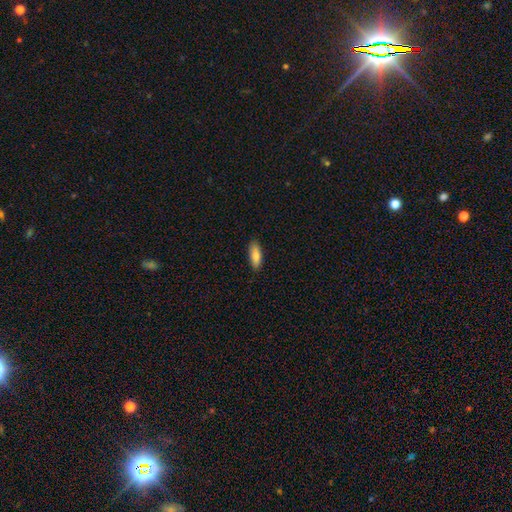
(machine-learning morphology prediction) Smooth or featured? Predicted: smooth (p=0.81). How rounded? Predicted: in between (p=0.69). Merging? Predicted: none (p=0.87).